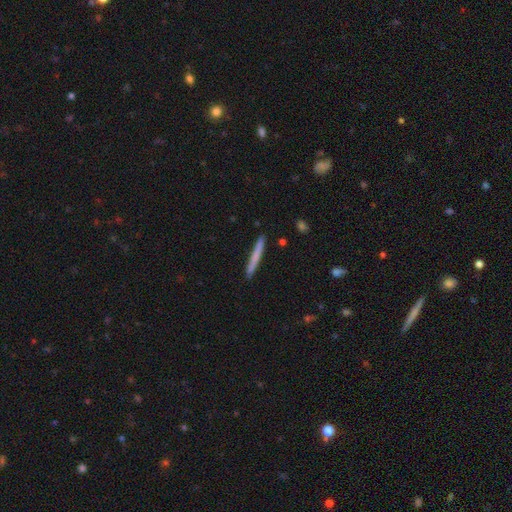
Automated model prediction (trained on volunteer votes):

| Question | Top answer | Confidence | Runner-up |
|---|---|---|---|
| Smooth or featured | smooth | 67% | featured or disk (27%) |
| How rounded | cigar-shaped | 97% | in between (2%) |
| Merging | none | 91% | minor disturbance (6%) |